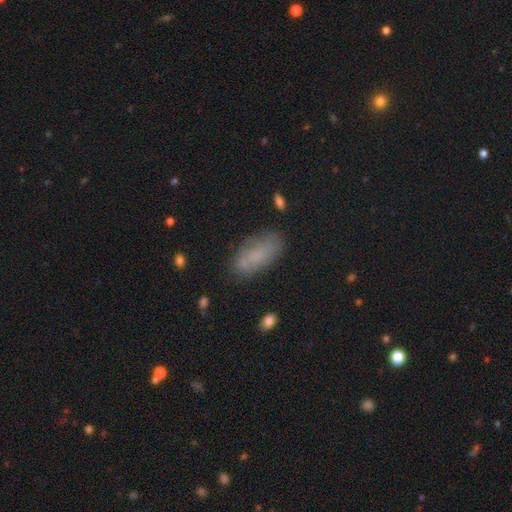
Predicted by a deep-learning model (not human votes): A smooth galaxy with no disk features (69%) that is in between round and cigar-shaped (87%). Merging: none (74%).